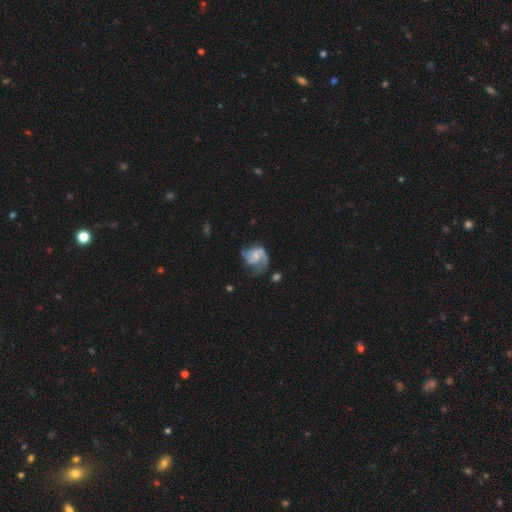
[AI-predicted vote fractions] This is likely a featured or disk galaxy (78%). It is clearly not viewed edge-on (98%). Bar: possibly no (49%). Spiral arm pattern: clearly yes (93%). Spiral arm count: likely 2 (68%). Spiral winding: possibly medium (48%). Central bulge: marginally small (44%). Merging: possibly none (49%).